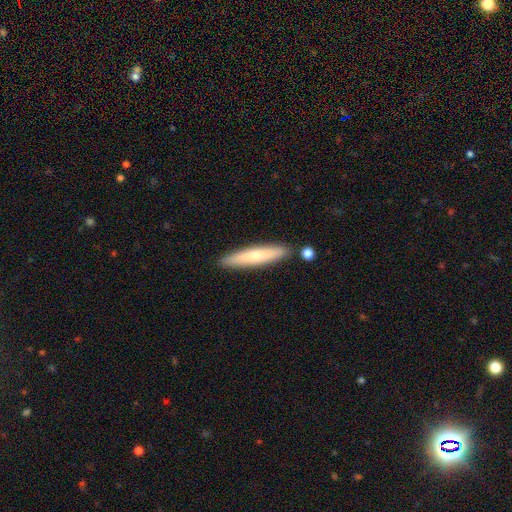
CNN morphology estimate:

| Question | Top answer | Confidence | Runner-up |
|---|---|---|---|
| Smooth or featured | smooth | 63% | featured or disk (31%) |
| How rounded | cigar-shaped | 90% | in between (8%) |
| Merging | none | 85% | minor disturbance (9%) |